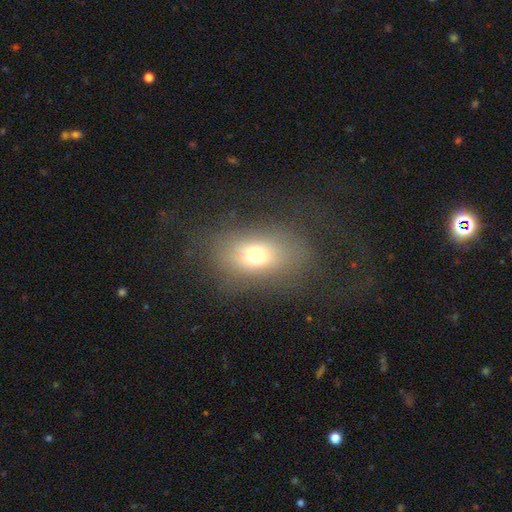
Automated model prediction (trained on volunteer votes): Overall: smooth (64%). How rounded: in between (68%; round 30%). Merging: none (70%).